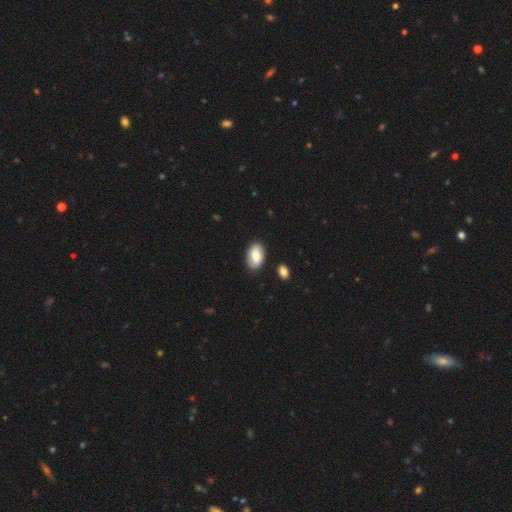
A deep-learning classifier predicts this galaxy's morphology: A smooth galaxy with no disk features (78%) that is in between round and cigar-shaped (94%).

Vote fractions:
- Smooth or featured? smooth: 78% / featured or disk: 15% / star or artifact: 7%
- How rounded? in between: 94% / round: 4% / cigar-shaped: 2%
- Merging? none: 82% / minor disturbance: 12% / merger: 3% / major disturbance: 3%